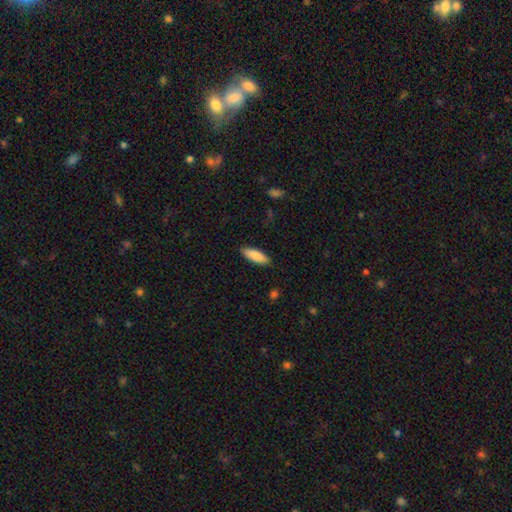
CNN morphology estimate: Smooth or featured?
  - smooth: 86% *
  - featured or disk: 8%
  - star or artifact: 6%
How rounded?
  - in between: 60% *
  - cigar-shaped: 38%
  - round: 2%
Merging?
  - none: 89% *
  - minor disturbance: 8%
  - major disturbance: 2%
  - merger: 1%